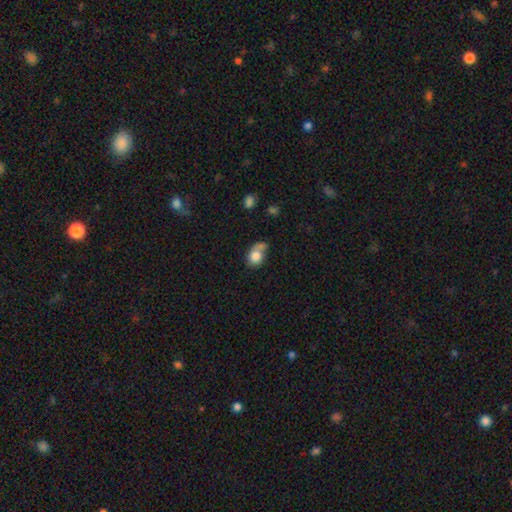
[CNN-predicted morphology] smooth_or_featured: smooth (p=0.77) [alt: featured or disk p=0.14]
how_rounded: in between (p=0.52) [alt: round p=0.46]
merging: none (p=0.33) [alt: merger p=0.26]